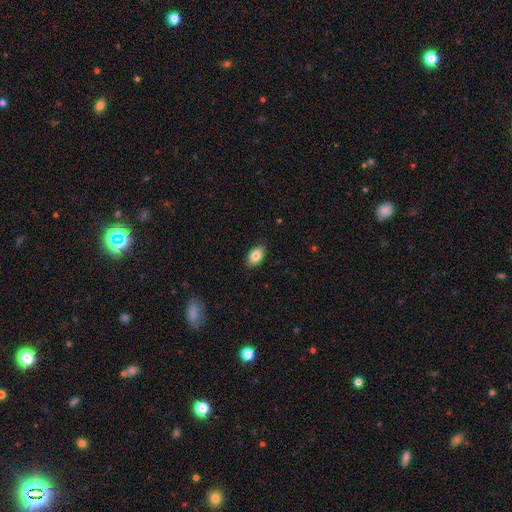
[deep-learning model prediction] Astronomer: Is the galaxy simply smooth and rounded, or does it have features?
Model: smooth — 83%.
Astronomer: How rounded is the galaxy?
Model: in between — 91%.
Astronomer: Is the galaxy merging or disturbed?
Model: none — 87%.